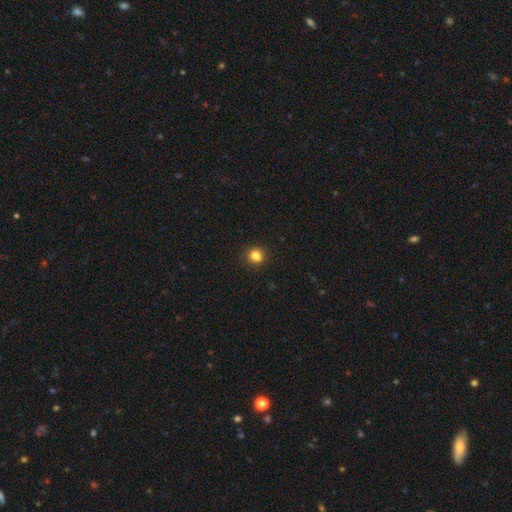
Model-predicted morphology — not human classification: Smooth or featured? smooth (83%)
How rounded? round (82%)
Merging? none (85%)